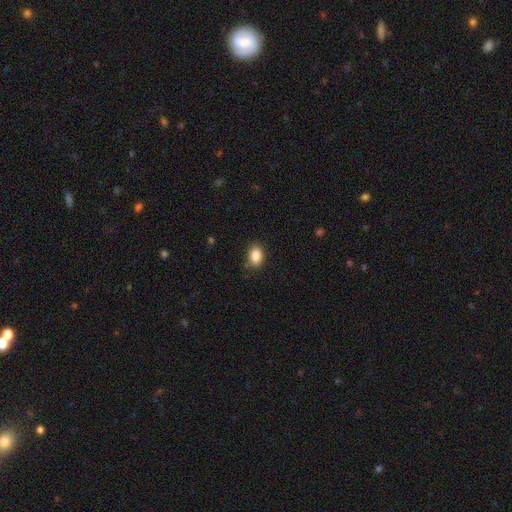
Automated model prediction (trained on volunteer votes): A smooth galaxy with no disk features (87%) that is in between round and cigar-shaped (82%).

Vote fractions:
- Smooth or featured? smooth: 87% / star or artifact: 9% / featured or disk: 5%
- How rounded? in between: 82% / round: 16% / cigar-shaped: 1%
- Merging? none: 85% / minor disturbance: 11% / major disturbance: 2% / merger: 1%